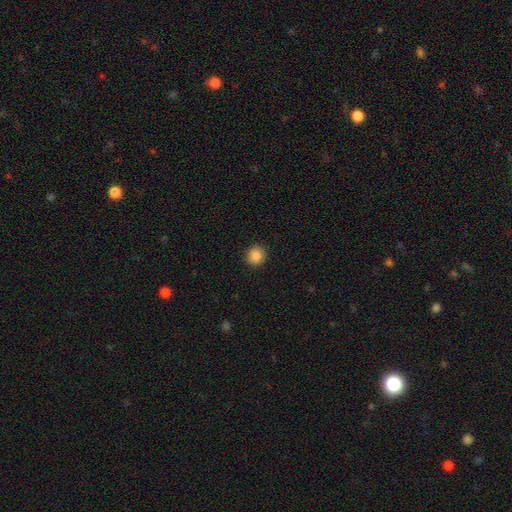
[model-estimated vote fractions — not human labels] Q: Smooth or featured?
A: smooth (85%); runner-up: star or artifact (10%)
Q: How rounded?
A: round (90%); runner-up: in between (9%)
Q: Merging?
A: none (92%); runner-up: minor disturbance (5%)